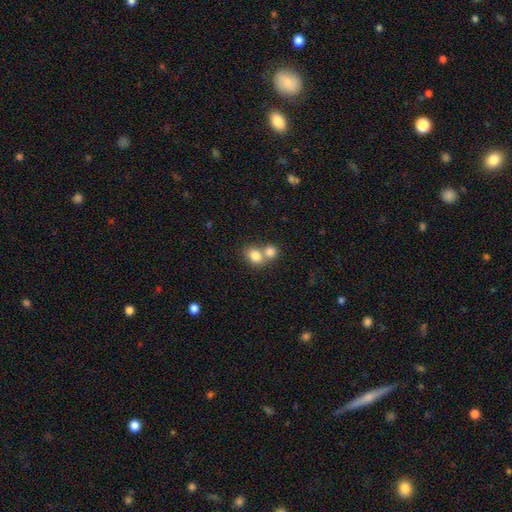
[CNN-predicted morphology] A smooth galaxy with no disk features (81%) that is round (55%). Merging: merger (58%).